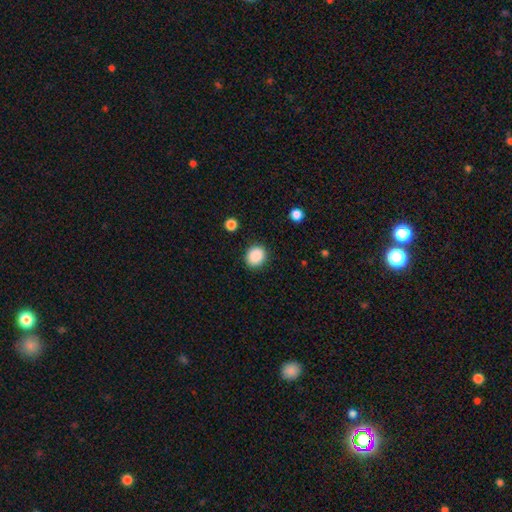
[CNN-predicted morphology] smooth 89%, star or artifact 8%, featured or disk 3%. Down the decision tree: how rounded — round (72%); merging — none (89%).